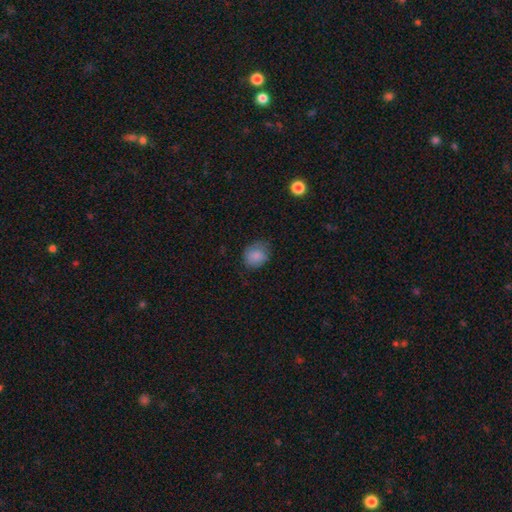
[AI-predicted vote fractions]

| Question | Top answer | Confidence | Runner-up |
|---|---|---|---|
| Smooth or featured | smooth | 85% | star or artifact (9%) |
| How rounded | round | 62% | in between (37%) |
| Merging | none | 63% | minor disturbance (29%) |